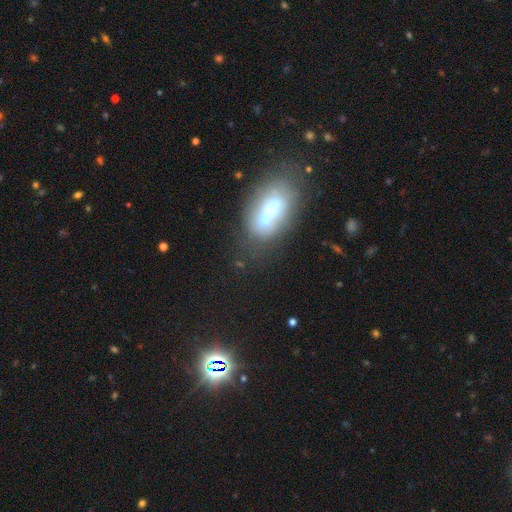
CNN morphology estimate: A smooth galaxy with no disk features (45%).

Vote fractions:
- Smooth or featured? smooth: 45% / featured or disk: 34% / star or artifact: 21%
- Merging? none: 72% / minor disturbance: 16% / major disturbance: 7% / merger: 4%